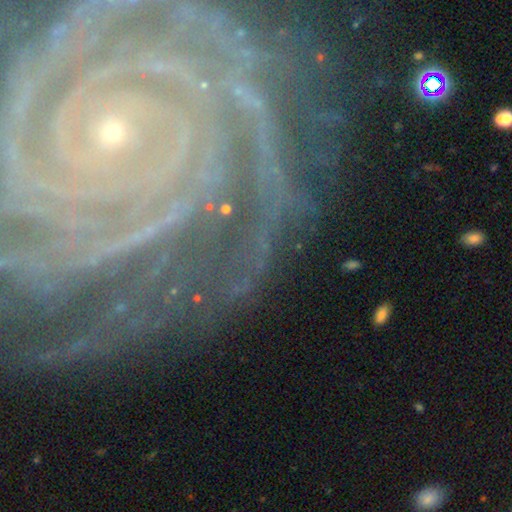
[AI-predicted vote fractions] Q: Smooth or featured?
A: featured or disk (70%); runner-up: star or artifact (19%)
Q: Edge-on disk?
A: no (93%); runner-up: yes (7%)
Q: Bar?
A: strong (38%); runner-up: no (34%)
Q: Spiral arms?
A: yes (96%); runner-up: no (4%)
Q: Spiral winding?
A: tight (71%); runner-up: medium (23%)
Q: Spiral arm count?
A: 2 (21%); tied with: can't tell (21%)
Q: Bulge size?
A: small (65%); runner-up: moderate (24%)
Q: Merging?
A: none (74%); runner-up: minor disturbance (14%)